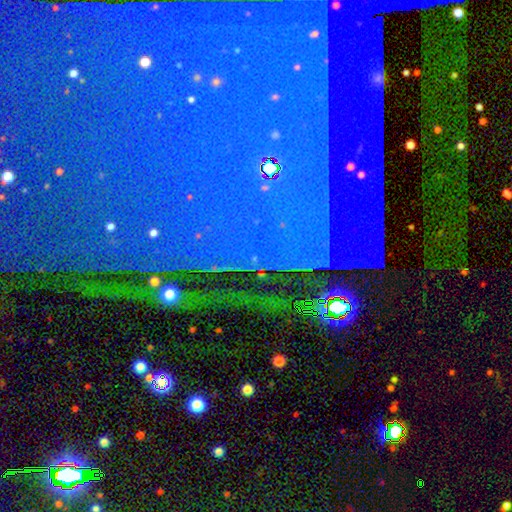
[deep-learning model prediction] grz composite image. It shows a star or artifact, not a galaxy (84%).